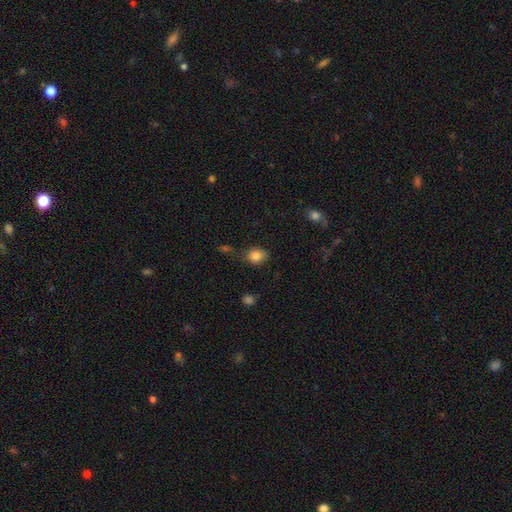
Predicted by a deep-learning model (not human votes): A smooth galaxy with no disk features (84%) that is in between round and cigar-shaped (52%). Merging: none (71%).